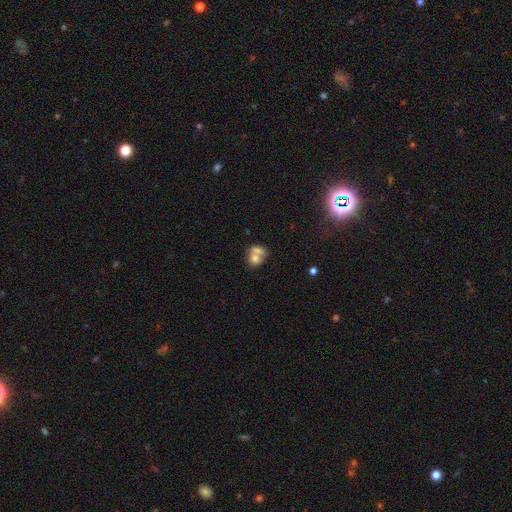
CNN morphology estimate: Smooth or featured? Predicted: smooth (p=0.70). How rounded? Predicted: round (p=0.53). Merging? Predicted: merger (p=0.61).